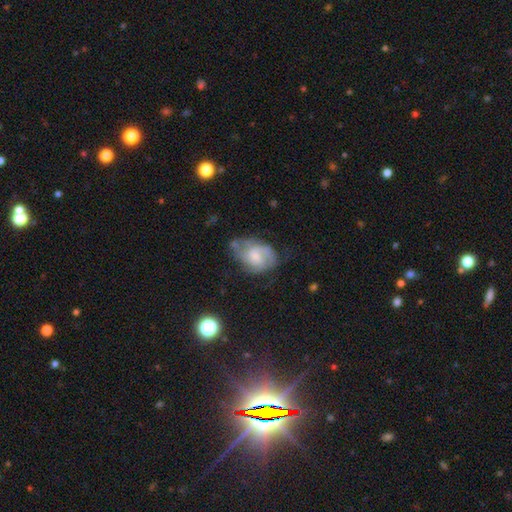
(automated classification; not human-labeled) smooth-or-featured: featured or disk: 71% | smooth: 22% | star or artifact: 7%
  disk-edge-on: no: 98% | yes: 2%
    bar: no: 53% | weak: 41% | strong: 6%
    has-spiral-arms: yes: 91% | no: 9%
      spiral-winding: medium: 45% | tight: 40% | loose: 14%
      spiral-arm-count: 2: 43% | can't tell: 24% | 3: 21% | 1: 5% | 4: 4% | more than 4: 3%
    bulge-size: moderate: 37% | small: 34% | none: 19% | large: 9% | dominant: 2%
  merging: none: 52% | minor disturbance: 29% | major disturbance: 16% | merger: 3%